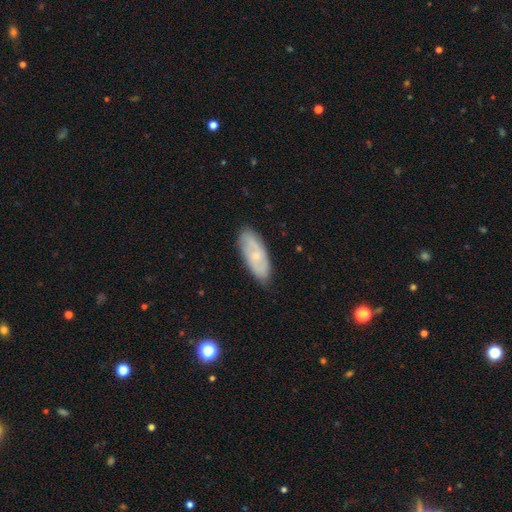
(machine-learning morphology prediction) smooth-or-featured: featured or disk: 49% | smooth: 44% | star or artifact: 7%
  merging: none: 82% | minor disturbance: 14% | major disturbance: 3% | merger: 1%